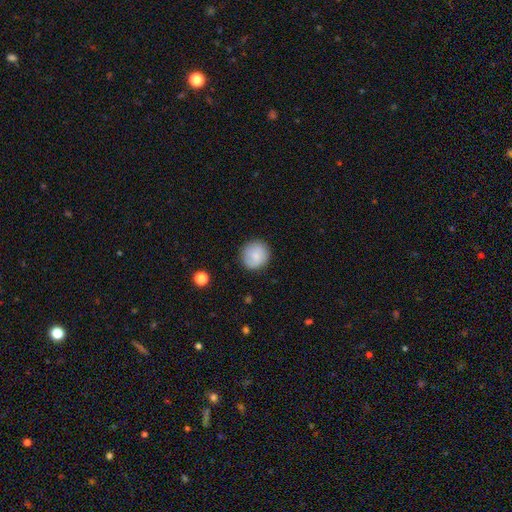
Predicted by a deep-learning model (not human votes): A smooth galaxy with no disk features (77%) that is round (91%).

Vote fractions:
- Smooth or featured? smooth: 77% / featured or disk: 16% / star or artifact: 7%
- How rounded? round: 91% / in between: 8% / cigar-shaped: 1%
- Merging? none: 87% / minor disturbance: 9% / major disturbance: 2% / merger: 1%